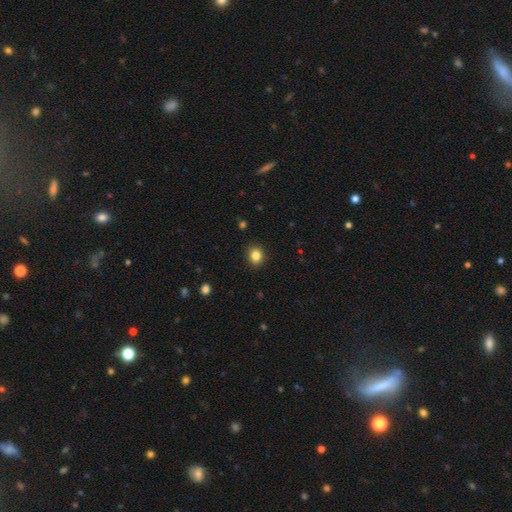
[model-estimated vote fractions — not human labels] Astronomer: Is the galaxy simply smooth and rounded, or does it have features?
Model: smooth — 84%.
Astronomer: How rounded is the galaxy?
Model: round — 73%.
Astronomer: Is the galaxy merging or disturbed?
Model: none — 91%.